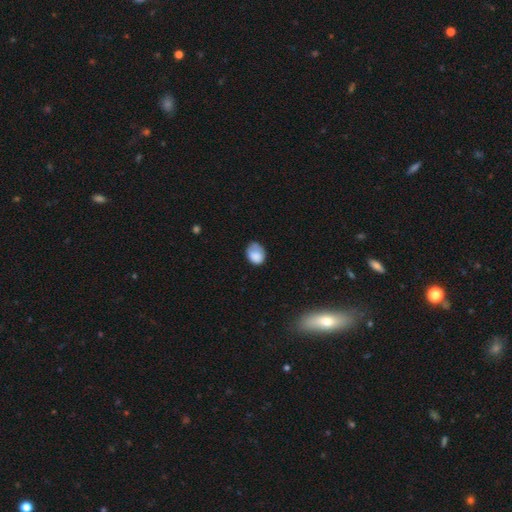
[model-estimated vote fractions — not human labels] Smooth or featured?
  - smooth: 82% *
  - featured or disk: 9%
  - star or artifact: 8%
How rounded?
  - in between: 59% *
  - round: 40%
  - cigar-shaped: 1%
Merging?
  - none: 50% *
  - minor disturbance: 36%
  - major disturbance: 12%
  - merger: 2%